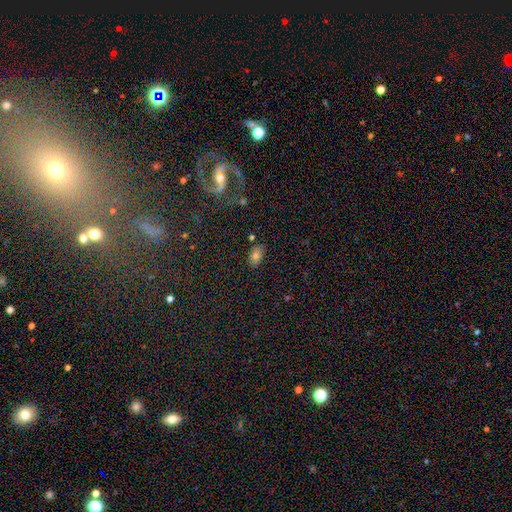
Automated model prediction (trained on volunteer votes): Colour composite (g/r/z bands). It shows a smooth galaxy with no disk features (65%) that is in between round and cigar-shaped (87%). Merging: none (78%).